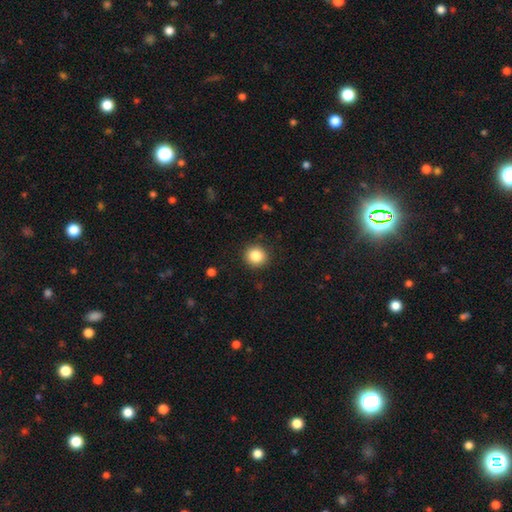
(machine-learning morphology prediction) Smooth or featured? Predicted: smooth (p=0.85). How rounded? Predicted: round (p=0.91). Merging? Predicted: none (p=0.91).